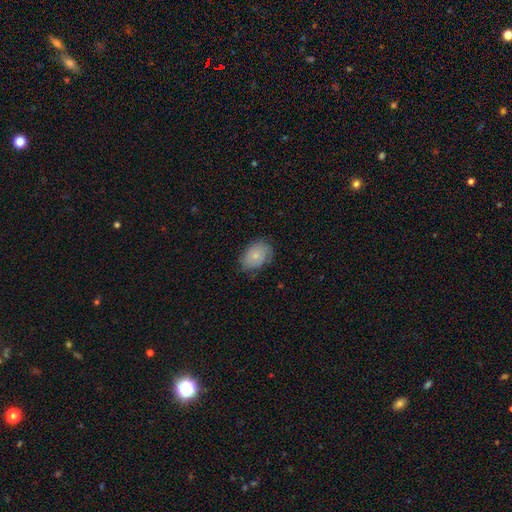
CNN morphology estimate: smooth-or-featured: smooth: 67% | featured or disk: 25% | star or artifact: 8%
  how-rounded: in between: 79% | round: 20% | cigar-shaped: 1%
  merging: none: 70% | minor disturbance: 23% | major disturbance: 6% | merger: 1%